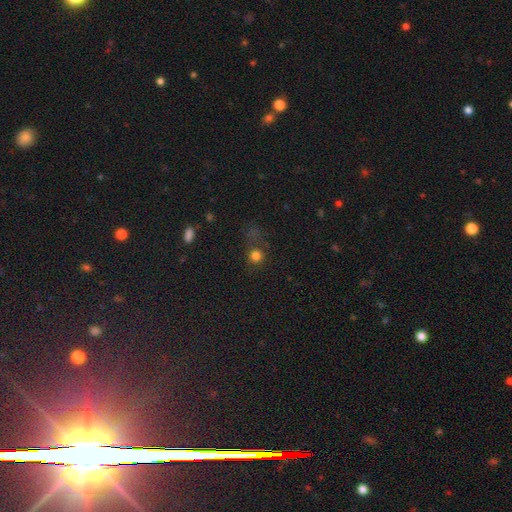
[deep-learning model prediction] Q: Smooth or featured?
A: smooth (73%); runner-up: star or artifact (20%)
Q: How rounded?
A: round (90%); runner-up: in between (9%)
Q: Merging?
A: none (64%); runner-up: minor disturbance (15%)